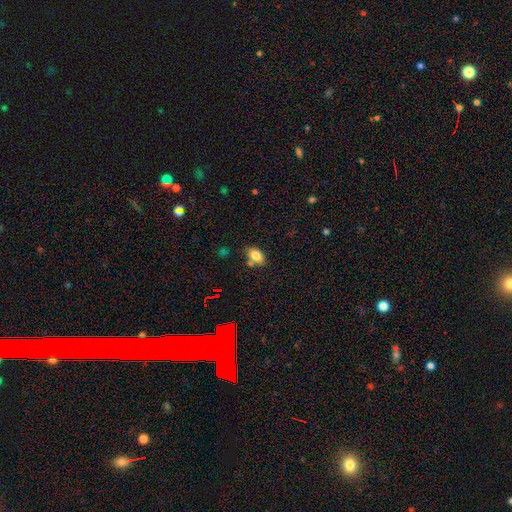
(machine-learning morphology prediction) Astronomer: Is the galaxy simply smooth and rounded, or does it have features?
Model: smooth — 80%.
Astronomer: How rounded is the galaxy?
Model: in between — 87%.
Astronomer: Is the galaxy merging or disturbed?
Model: none — 72%.